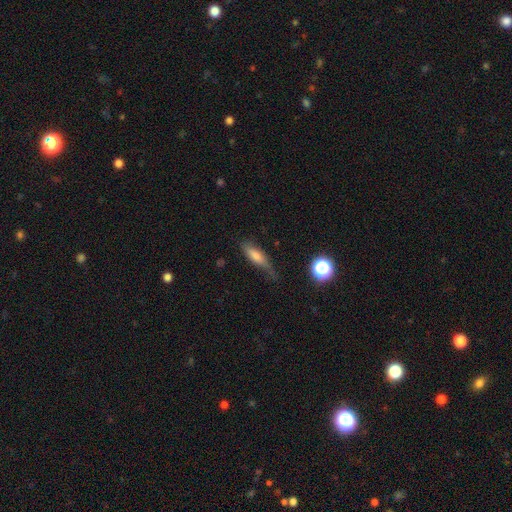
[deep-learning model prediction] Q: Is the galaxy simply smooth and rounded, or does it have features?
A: smooth — 66%.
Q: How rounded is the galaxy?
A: cigar-shaped — 51%.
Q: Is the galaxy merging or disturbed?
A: none — 51%.